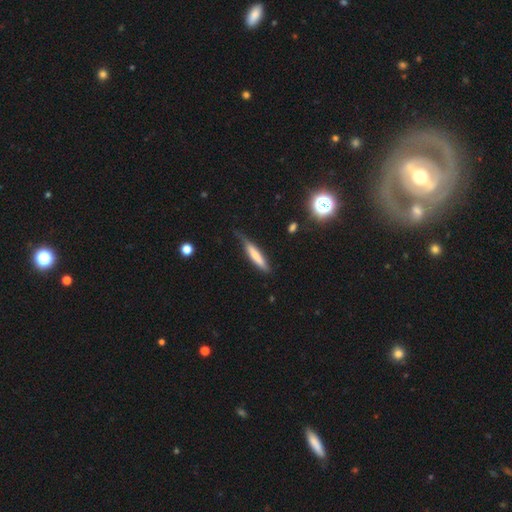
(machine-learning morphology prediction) This appears to be a smooth galaxy with no disk features (62%) that is cigar-shaped (86%). Merging: none (56%).